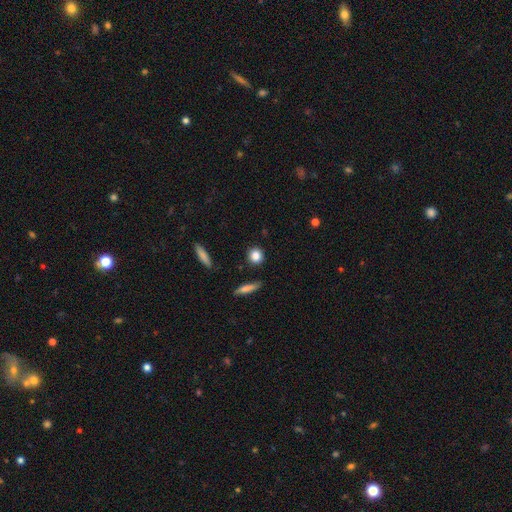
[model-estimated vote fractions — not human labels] smooth 84%, star or artifact 9%, featured or disk 7%. Down the decision tree: how rounded — round (81%); merging — none (89%).